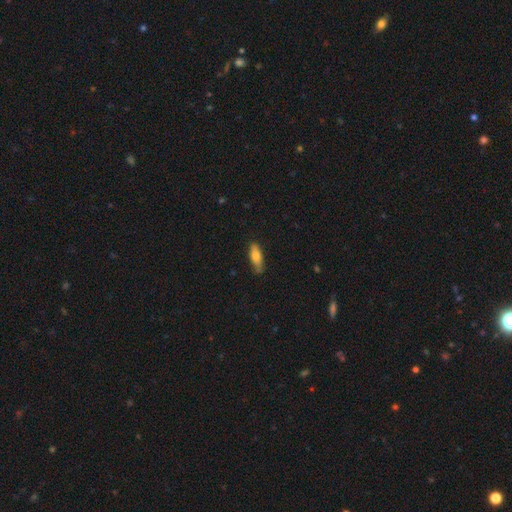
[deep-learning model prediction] This is likely a smooth galaxy (75%). How rounded: possibly in between (57%). Merging: likely none (77%).